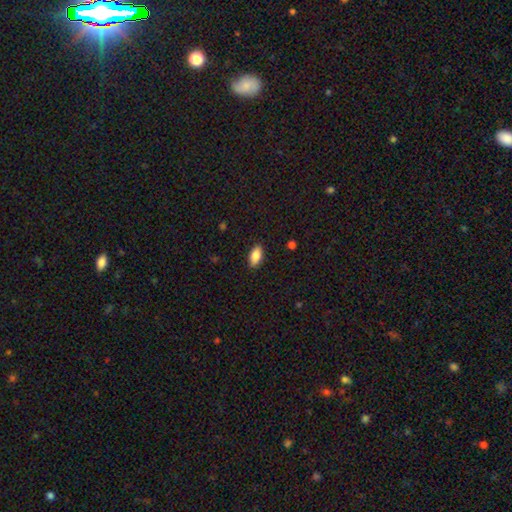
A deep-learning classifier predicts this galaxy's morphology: type=smooth (84%); roundness=in between (89%); merging=none (89%).